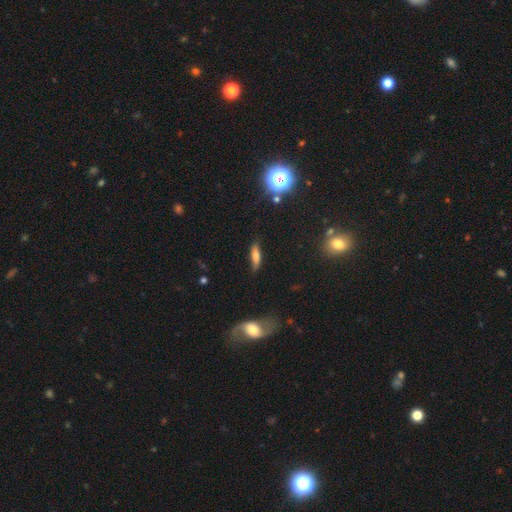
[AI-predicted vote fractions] Smooth or featured? smooth (60%)
How rounded? cigar-shaped (59%)
Merging? none (76%)